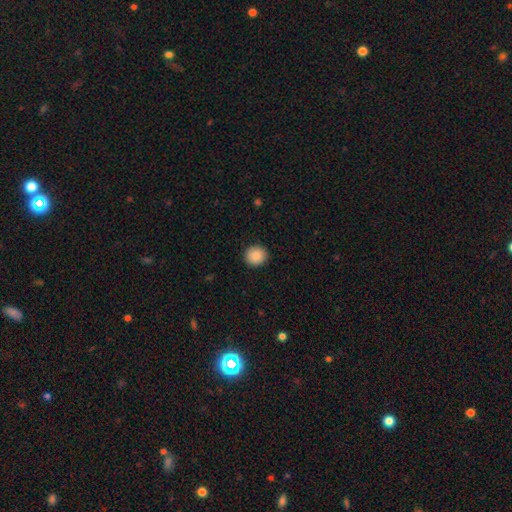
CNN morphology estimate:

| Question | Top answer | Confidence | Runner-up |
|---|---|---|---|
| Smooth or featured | smooth | 89% | star or artifact (8%) |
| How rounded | round | 90% | in between (9%) |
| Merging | none | 92% | minor disturbance (5%) |